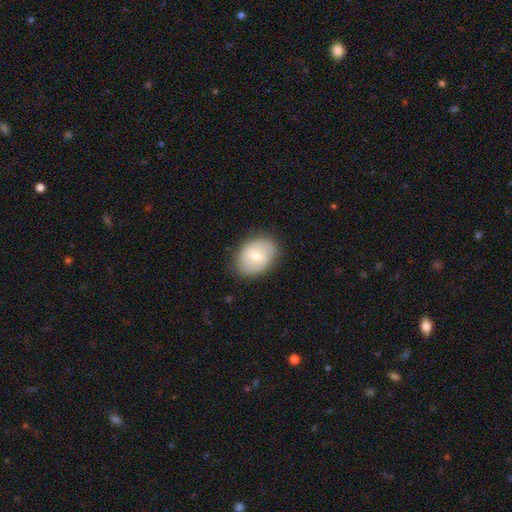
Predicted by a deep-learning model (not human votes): Q: Smooth or featured?
A: smooth (65%); runner-up: featured or disk (28%)
Q: How rounded?
A: in between (73%); runner-up: round (26%)
Q: Merging?
A: none (81%); runner-up: minor disturbance (15%)